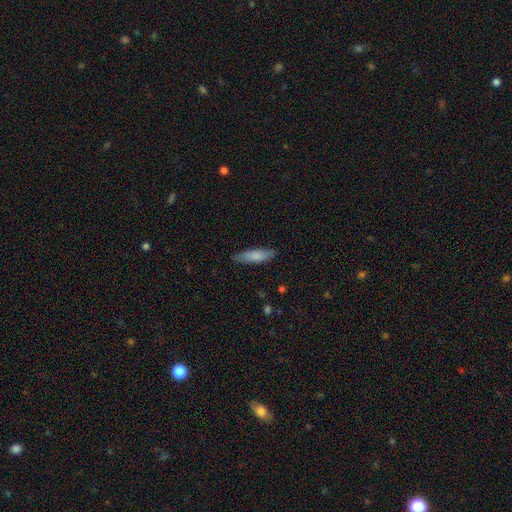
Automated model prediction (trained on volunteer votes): The model was most divided on "how rounded": cigar-shaped: 62%, in between: 37%, round: 1%. More confident: merging — none (84%); smooth or featured — smooth (80%).